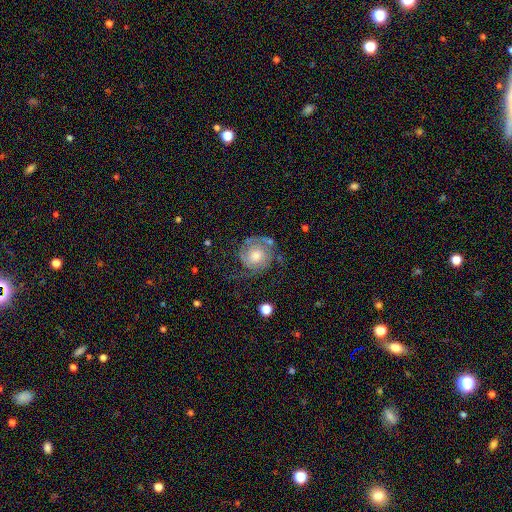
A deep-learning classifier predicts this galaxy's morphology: smooth_or_featured: featured or disk (p=0.79) [alt: smooth p=0.15]
disk_edge_on: no (p=0.98) [alt: yes p=0.02]
bar: no (p=0.76) [alt: weak p=0.20]
has_spiral_arms: yes (p=0.94) [alt: no p=0.06]
spiral_winding: tight (p=0.56) [alt: medium p=0.31]
spiral_arm_count: 2 (p=0.60) [alt: can't tell p=0.15]
bulge_size: moderate (p=0.63) [alt: small p=0.20]
merging: none (p=0.60) [alt: minor disturbance p=0.20]